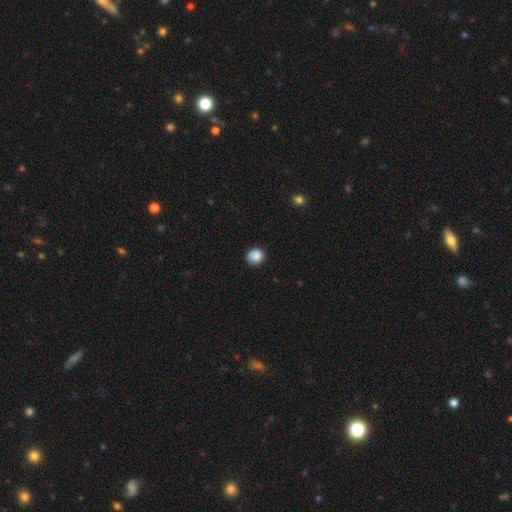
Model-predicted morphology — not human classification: Overall: smooth (87%). How rounded: round (78%). Merging: none (80%).